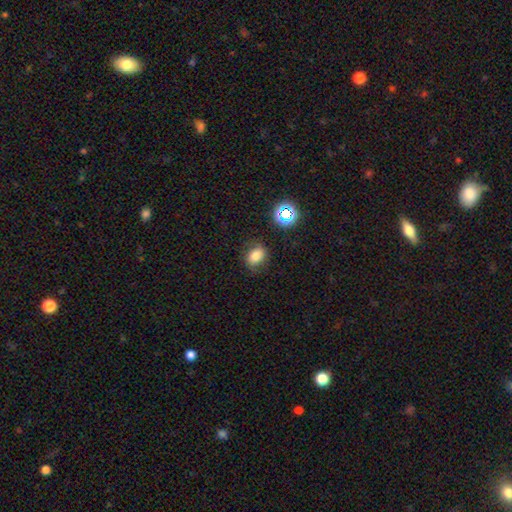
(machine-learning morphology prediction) type=smooth (74%); roundness=in between (63%); merging=none (77%).